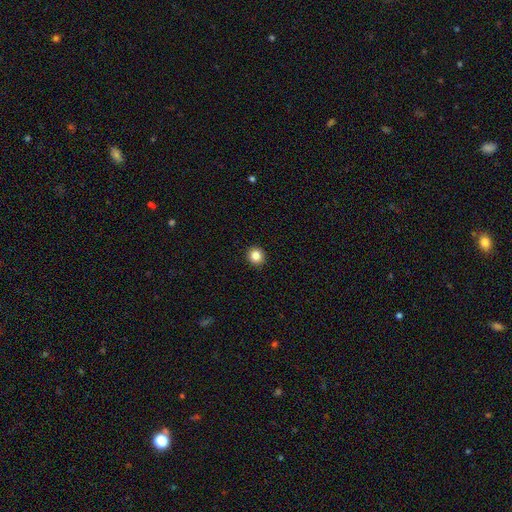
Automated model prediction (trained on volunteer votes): The model was most divided on "smooth or featured": smooth: 85%, star or artifact: 10%, featured or disk: 5%. More confident: merging — none (93%); how rounded — round (90%).